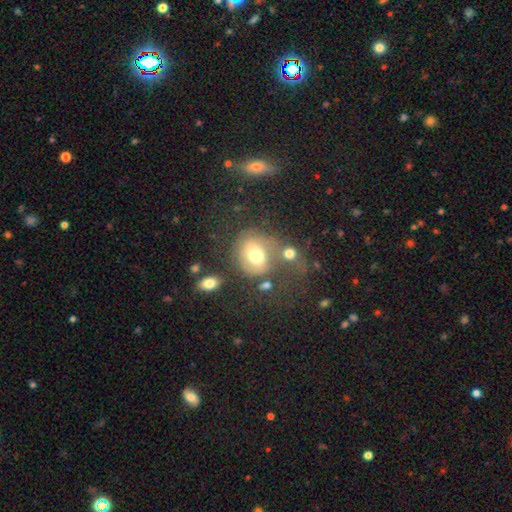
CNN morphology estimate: Smooth or featured?
  - smooth: 65% *
  - featured or disk: 23%
  - star or artifact: 12%
How rounded?
  - round: 65% *
  - in between: 33%
  - cigar-shaped: 1%
Merging?
  - none: 37% *
  - merger: 27%
  - major disturbance: 19%
  - minor disturbance: 17%